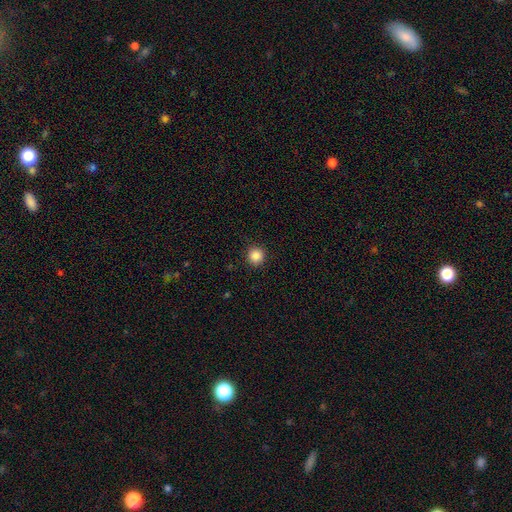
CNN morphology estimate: This appears to be a smooth galaxy with no disk features (86%) that is round (94%). Merging: none (91%).